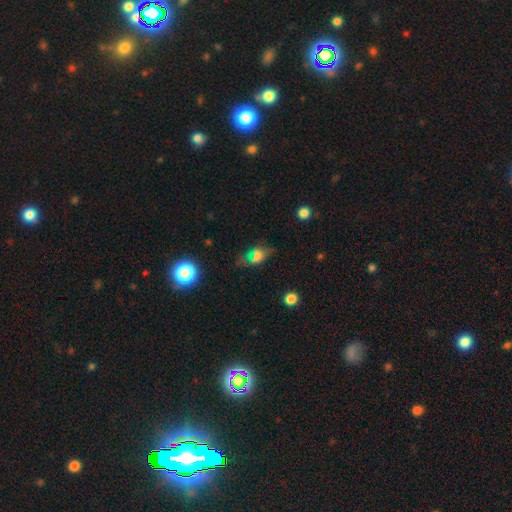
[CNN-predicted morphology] This appears to be a smooth galaxy with no disk features (56%) that is in between round and cigar-shaped (79%). Merging: none (63%).